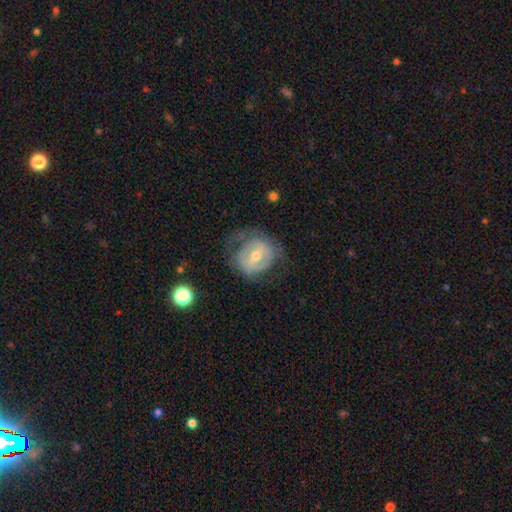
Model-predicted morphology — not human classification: This appears to be a featured or disk galaxy (63%) with a weak bar (44%), spiral arms (56%) and a moderate central bulge (61%). Merging: none (54%).